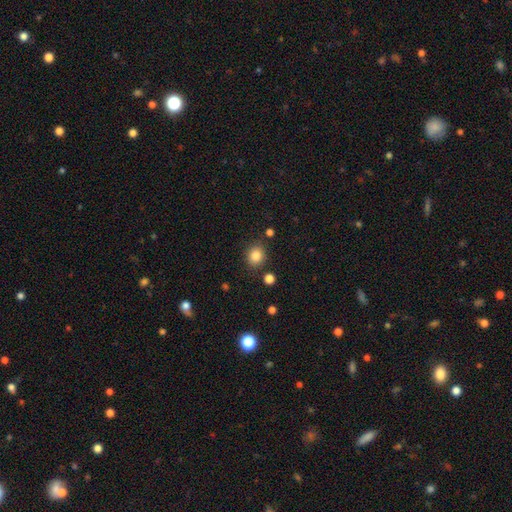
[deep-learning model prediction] smooth-or-featured: smooth: 83% | star or artifact: 11% | featured or disk: 5%
  how-rounded: round: 70% | in between: 29% | cigar-shaped: 1%
  merging: none: 84% | minor disturbance: 9% | merger: 4% | major disturbance: 3%